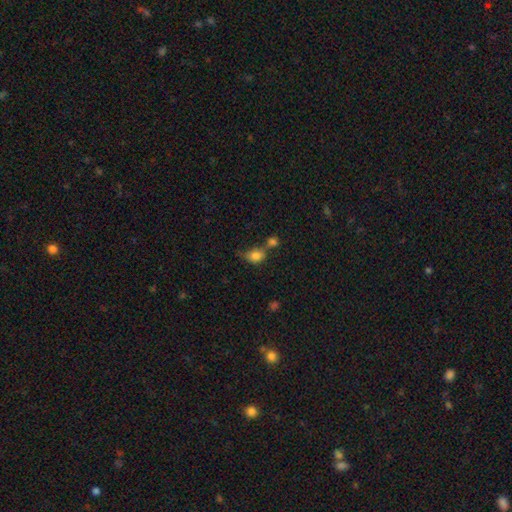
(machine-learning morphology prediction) The model was most divided on "merging": merger: 39%, none: 32%, minor disturbance: 18%, major disturbance: 10%. More confident: smooth or featured — smooth (80%); how rounded — in between (58%).